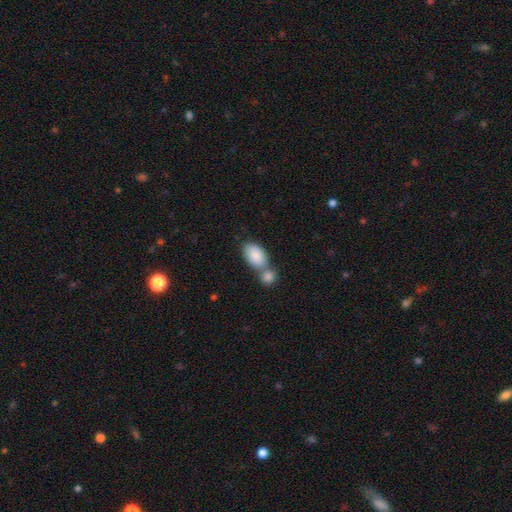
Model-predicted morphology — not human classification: Smooth or featured? Predicted: smooth (p=0.85). How rounded? Predicted: in between (p=0.92). Merging? Predicted: merger (p=0.56).